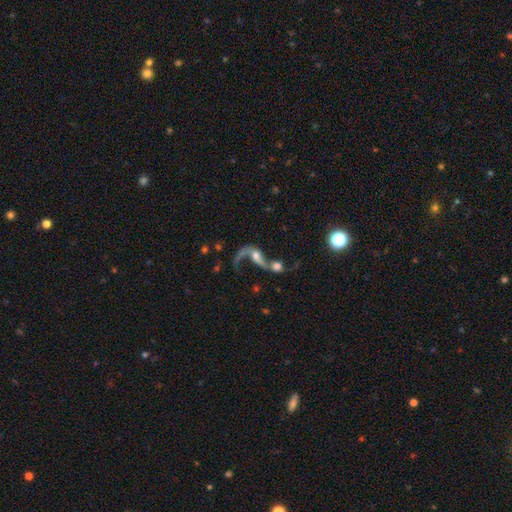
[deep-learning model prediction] This appears to be a featured or disk galaxy (66%) with no bar (58%), spiral arms (74%) and a moderate central bulge (42%). Merging: merger (64%).